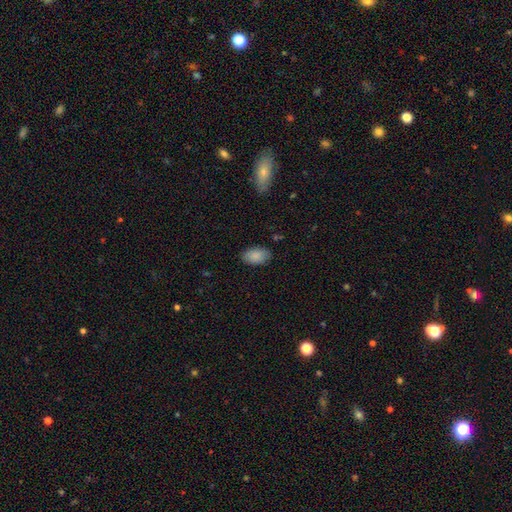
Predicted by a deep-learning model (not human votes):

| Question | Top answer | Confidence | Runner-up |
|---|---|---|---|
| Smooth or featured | smooth | 87% | star or artifact (7%) |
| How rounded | in between | 93% | round (6%) |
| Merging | none | 84% | minor disturbance (12%) |